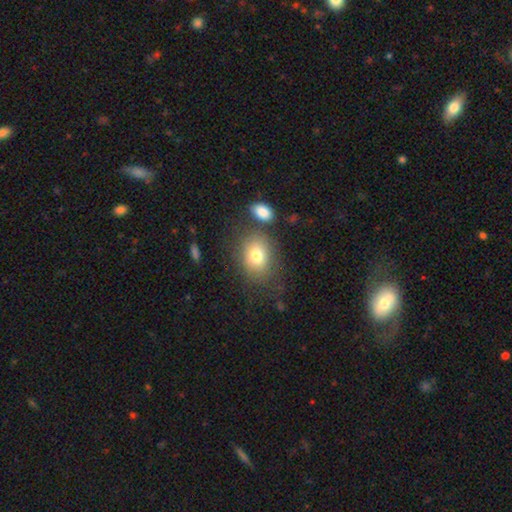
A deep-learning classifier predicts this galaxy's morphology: Q: Smooth or featured?
A: smooth (76%); runner-up: featured or disk (14%)
Q: How rounded?
A: in between (55%); runner-up: round (43%)
Q: Merging?
A: none (65%); runner-up: minor disturbance (16%)